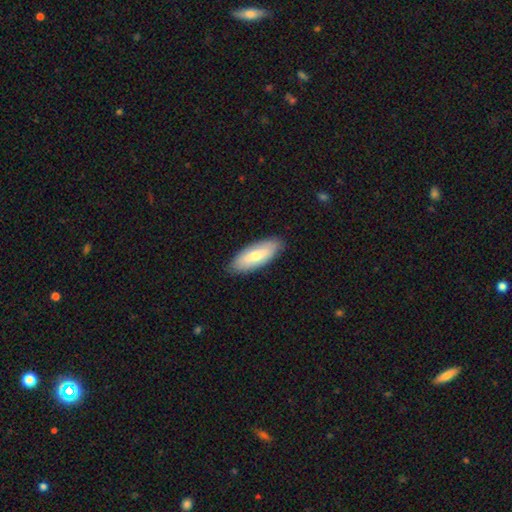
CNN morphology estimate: This is likely a smooth galaxy (70%). How rounded: likely in between (73%). Merging: clearly none (86%).